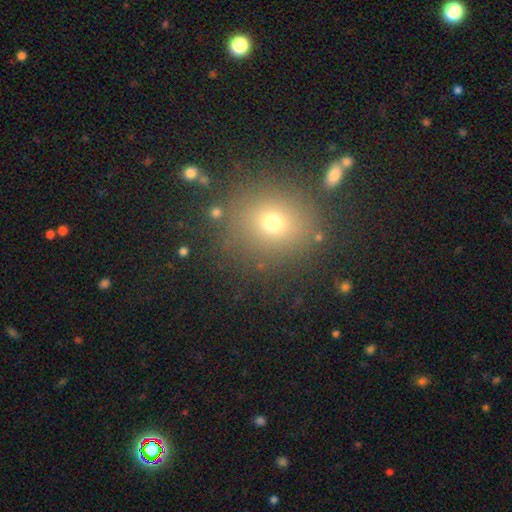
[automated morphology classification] Q: Smooth or featured?
A: smooth (58%); runner-up: star or artifact (33%)
Q: How rounded?
A: round (89%); runner-up: in between (10%)
Q: Merging?
A: none (86%); runner-up: minor disturbance (7%)